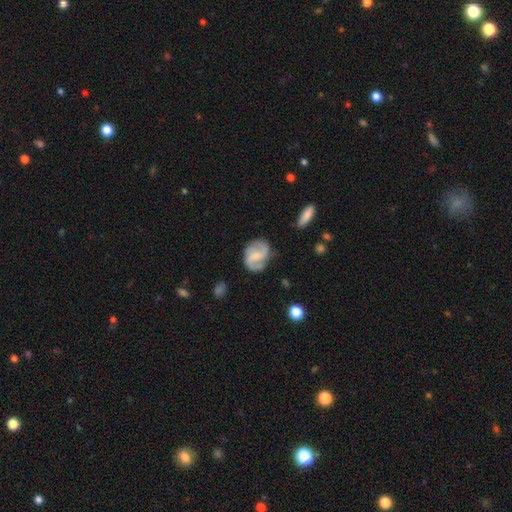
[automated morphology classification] A featured or disk galaxy (70%) with a weak bar (48%), 2 (85%) medium (47%) spiral arms (92%) and a small central bulge (46%).

Vote fractions:
- Smooth or featured? featured or disk: 70% / smooth: 24% / star or artifact: 6%
- Edge-on disk? no: 97% / yes: 3%
- Bar? weak: 48% / no: 38% / strong: 15%
- Spiral arms? yes: 92% / no: 8%
- Spiral winding? medium: 47% / loose: 36% / tight: 17%
- Spiral arm count? 2: 85% / can't tell: 7% / 3: 3% / 1: 2% / 4: 1% / more than 4: 1%
- Bulge size? small: 46% / moderate: 30% / none: 20% / large: 3% / dominant: 1%
- Merging? none: 71% / minor disturbance: 20% / major disturbance: 8% / merger: 2%